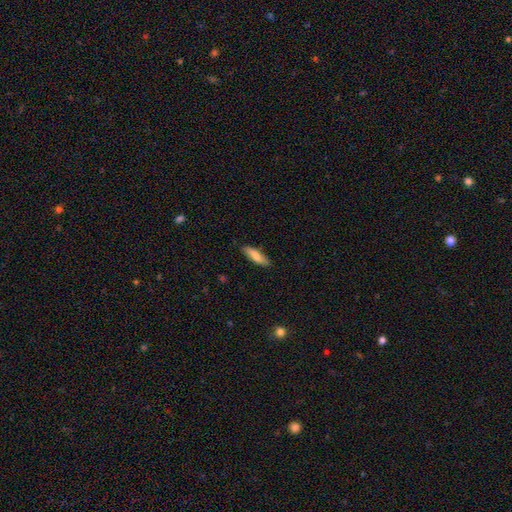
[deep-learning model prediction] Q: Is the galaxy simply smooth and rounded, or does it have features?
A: smooth — 81%.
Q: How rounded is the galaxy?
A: cigar-shaped — 56%.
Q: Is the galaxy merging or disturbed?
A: none — 84%.